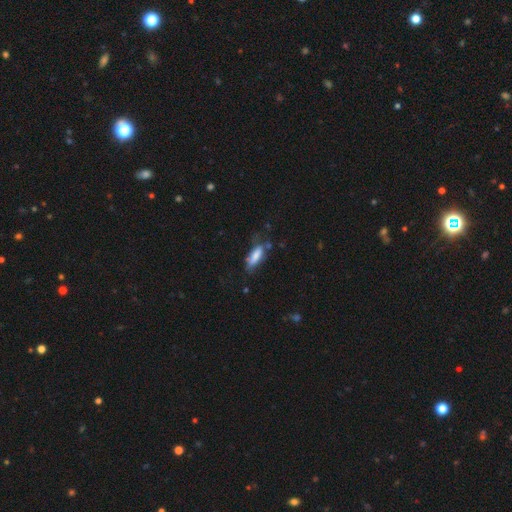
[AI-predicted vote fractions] smooth-or-featured: smooth: 71% | featured or disk: 21% | star or artifact: 8%
  how-rounded: in between: 62% | cigar-shaped: 37% | round: 2%
  merging: none: 45% | minor disturbance: 32% | major disturbance: 18% | merger: 5%